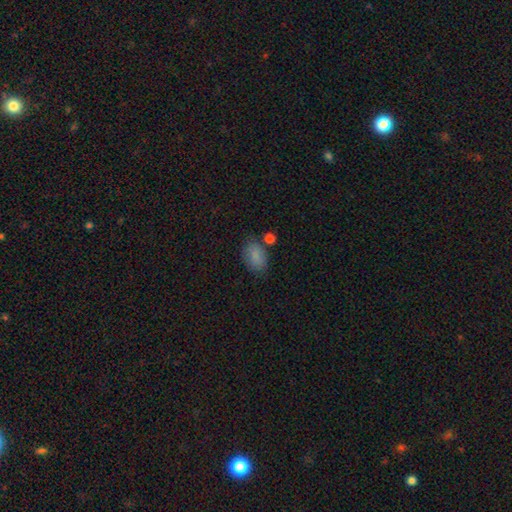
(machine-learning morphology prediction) Smooth or featured? Predicted: smooth (p=0.85). How rounded? Predicted: in between (p=0.80). Merging? Predicted: none (p=0.70).